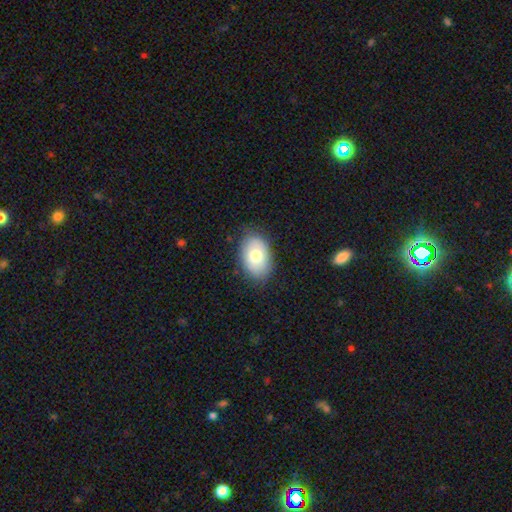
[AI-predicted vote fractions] Smooth or featured?
  - smooth: 74% *
  - featured or disk: 18%
  - star or artifact: 7%
How rounded?
  - in between: 87% *
  - round: 12%
  - cigar-shaped: 1%
Merging?
  - none: 83% *
  - minor disturbance: 13%
  - major disturbance: 3%
  - merger: 1%